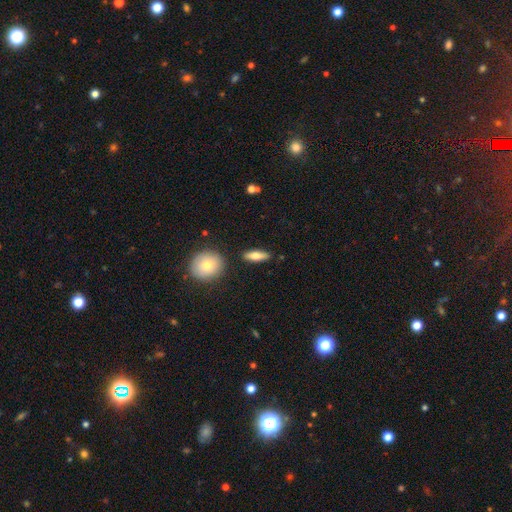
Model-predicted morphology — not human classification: smooth 70%, featured or disk 23%, star or artifact 7%. Down the decision tree: how rounded — in between (54%); merging — none (86%).